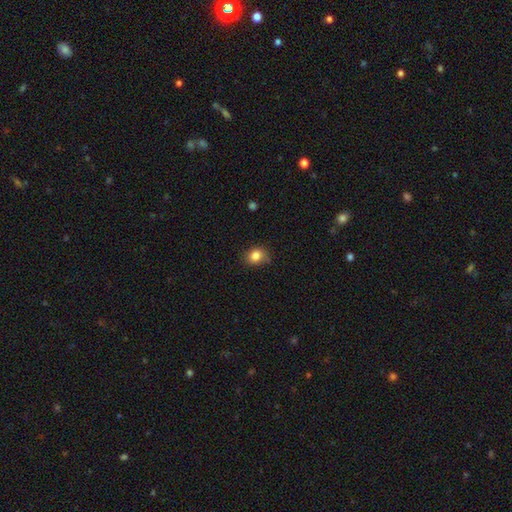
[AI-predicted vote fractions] Smooth or featured? Predicted: smooth (p=0.83). How rounded? Predicted: round (p=0.60). Merging? Predicted: none (p=0.68).